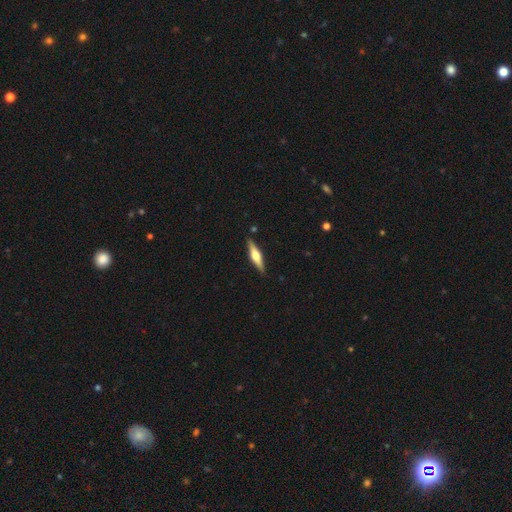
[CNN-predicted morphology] The model was most divided on "smooth or featured": featured or disk: 63%, smooth: 31%, star or artifact: 5%. More confident: edge-on disk — yes (97%); edge-on bulge — rounded (91%); merging — none (89%).